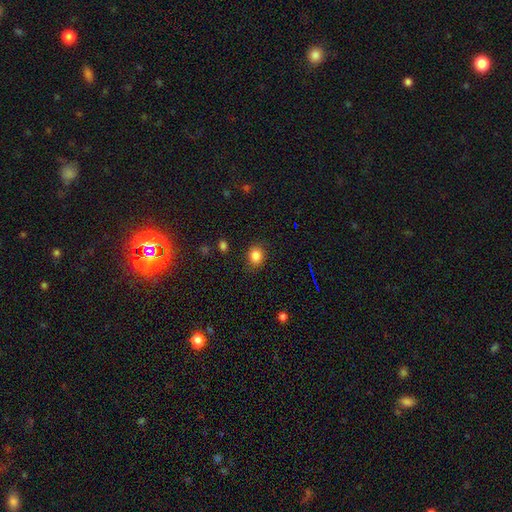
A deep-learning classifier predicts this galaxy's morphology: Smooth or featured? smooth (84%)
How rounded? round (57%)
Merging? none (82%)